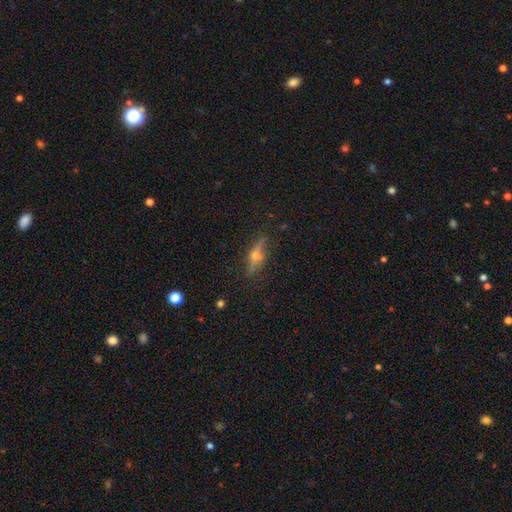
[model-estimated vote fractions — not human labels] smooth-or-featured: featured or disk: 71% | smooth: 20% | star or artifact: 9%
  disk-edge-on: yes: 92% | no: 8%
    edge-on-bulge: rounded: 95% | boxy: 3% | none: 2%
  merging: none: 83% | minor disturbance: 12% | major disturbance: 3% | merger: 1%